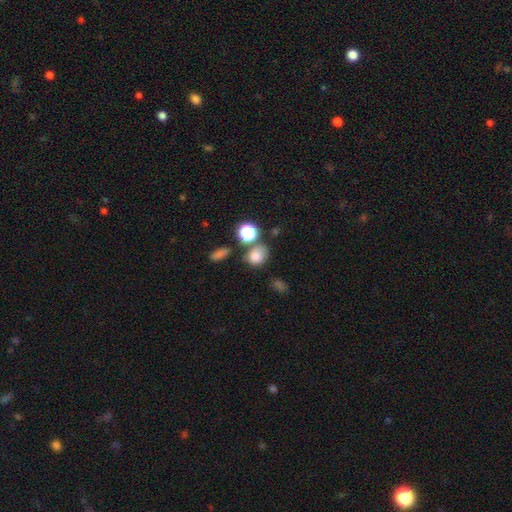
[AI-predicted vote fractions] This is likely a smooth galaxy (78%). How rounded: possibly round (55%). Merging: likely none (61%).